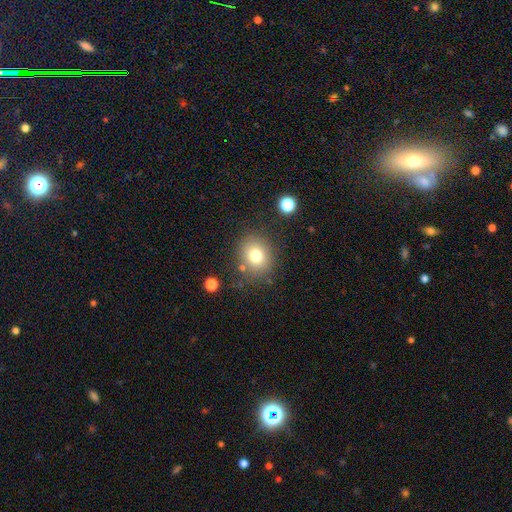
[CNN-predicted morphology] The model was most divided on "how rounded": round: 74%, in between: 25%, cigar-shaped: 1%. More confident: merging — none (78%); smooth or featured — smooth (76%).